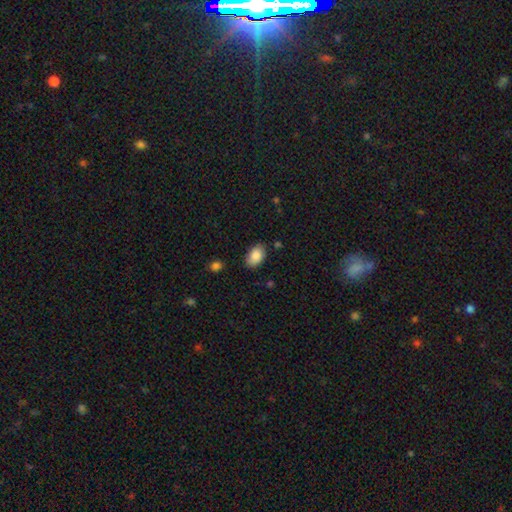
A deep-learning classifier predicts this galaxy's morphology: smooth_or_featured: smooth (p=0.87) [alt: star or artifact p=0.07]
how_rounded: in between (p=0.90) [alt: round p=0.09]
merging: none (p=0.80) [alt: minor disturbance p=0.15]